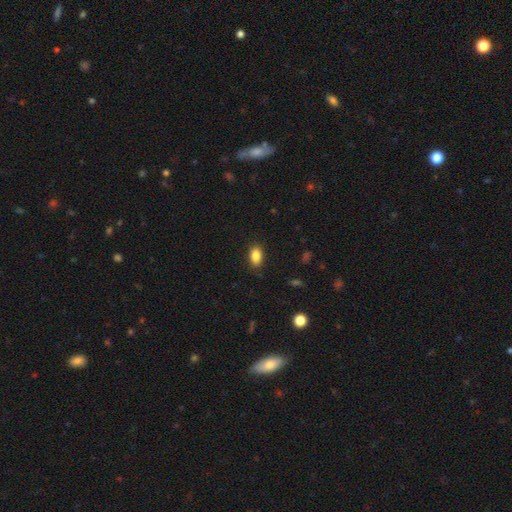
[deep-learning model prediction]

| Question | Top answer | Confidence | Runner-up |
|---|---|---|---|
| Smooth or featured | smooth | 86% | star or artifact (9%) |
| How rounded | in between | 89% | round (9%) |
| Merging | none | 87% | minor disturbance (10%) |